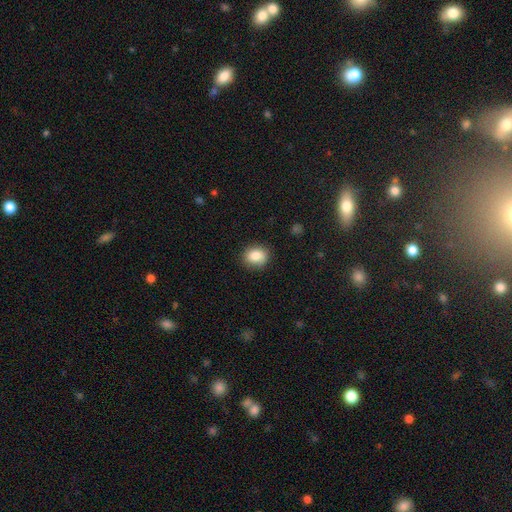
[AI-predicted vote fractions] Q: Smooth or featured?
A: smooth (84%); runner-up: star or artifact (9%)
Q: How rounded?
A: round (65%); runner-up: in between (34%)
Q: Merging?
A: none (83%); runner-up: minor disturbance (13%)